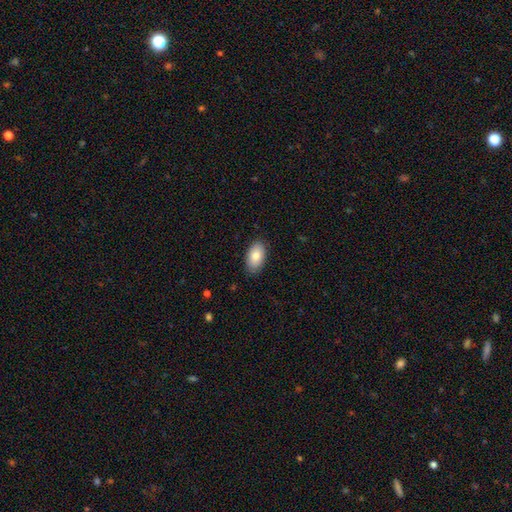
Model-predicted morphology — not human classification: This is clearly a smooth galaxy (83%). How rounded: clearly in between (94%). Merging: clearly none (87%).